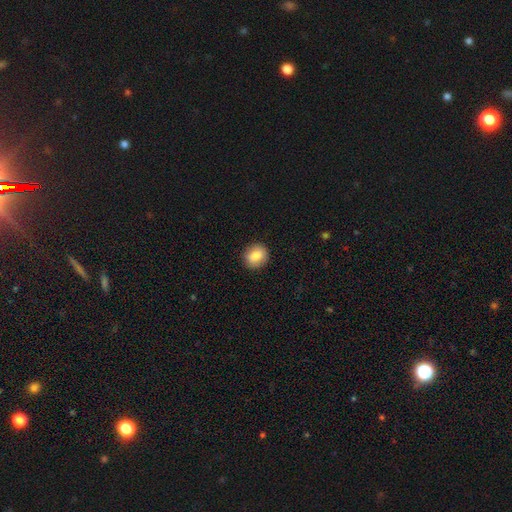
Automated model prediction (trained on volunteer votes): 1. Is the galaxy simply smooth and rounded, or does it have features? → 83% smooth, 8% featured or disk, 8% star or artifact.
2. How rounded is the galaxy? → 76% round, 23% in between, 1% cigar-shaped.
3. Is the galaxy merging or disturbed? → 89% none, 8% minor disturbance, 2% major disturbance, 1% merger.